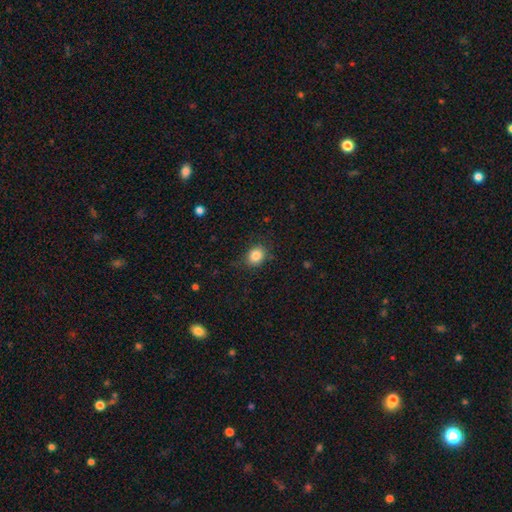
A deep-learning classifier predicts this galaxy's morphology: Smooth or featured?
  - smooth: 84% *
  - star or artifact: 10%
  - featured or disk: 6%
How rounded?
  - round: 59% *
  - in between: 40%
  - cigar-shaped: 1%
Merging?
  - none: 79% *
  - minor disturbance: 16%
  - major disturbance: 4%
  - merger: 1%